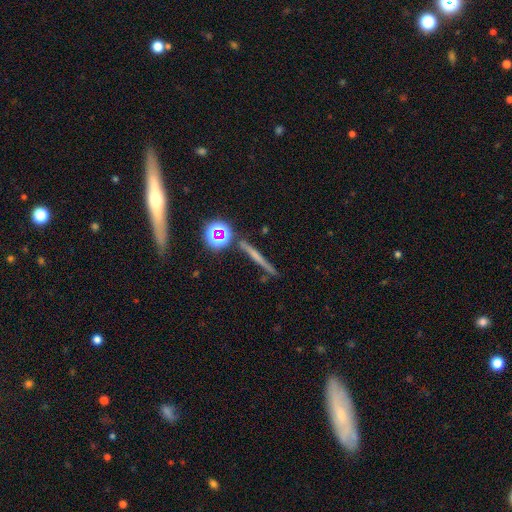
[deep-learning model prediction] A smooth galaxy with no disk features (42%).

Vote fractions:
- Smooth or featured? smooth: 42% / featured or disk: 41% / star or artifact: 17%
- Merging? none: 84% / minor disturbance: 10% / merger: 4% / major disturbance: 3%